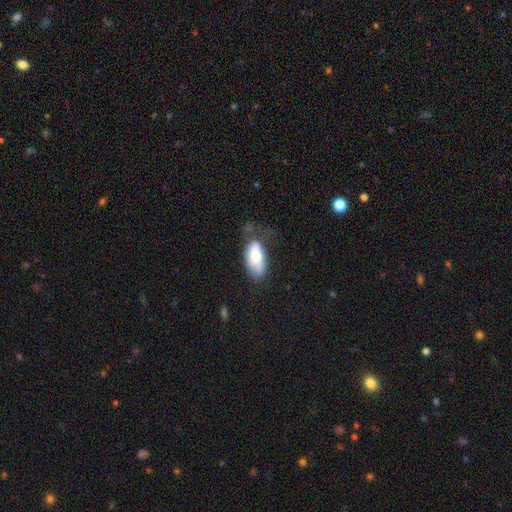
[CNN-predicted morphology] Smooth or featured? Predicted: smooth (p=0.72). How rounded? Predicted: in between (p=0.90). Merging? Predicted: none (p=0.36).